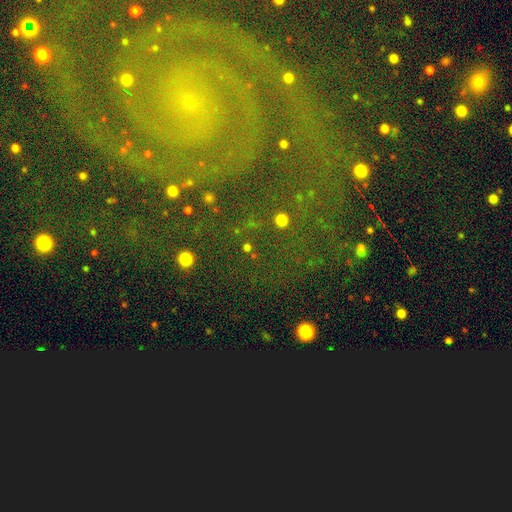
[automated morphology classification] The model was most divided on "spiral arm count": 2: 52%, can't tell: 14%, 3: 11%, 4: 8%, more than 4: 8%, 1: 8%. More confident: edge-on disk — no (97%); spiral arms — yes (97%); bulge size — small (82%); merging — none (79%); spiral winding — tight (76%); smooth or featured — featured or disk (74%); bar — no (73%).